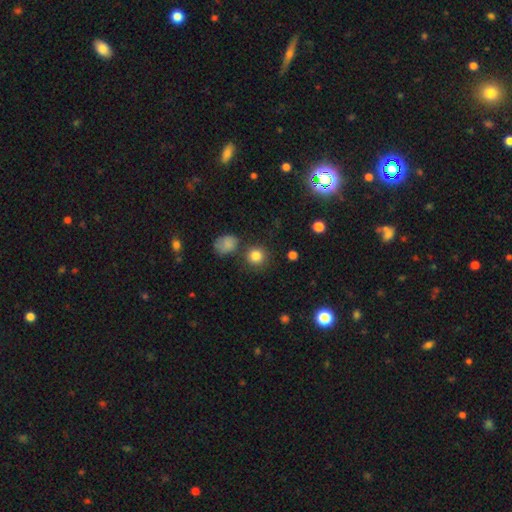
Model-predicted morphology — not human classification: Smooth or featured?
  - smooth: 83% *
  - star or artifact: 11%
  - featured or disk: 6%
How rounded?
  - round: 91% *
  - in between: 8%
  - cigar-shaped: 1%
Merging?
  - none: 78% *
  - minor disturbance: 9%
  - merger: 9%
  - major disturbance: 4%